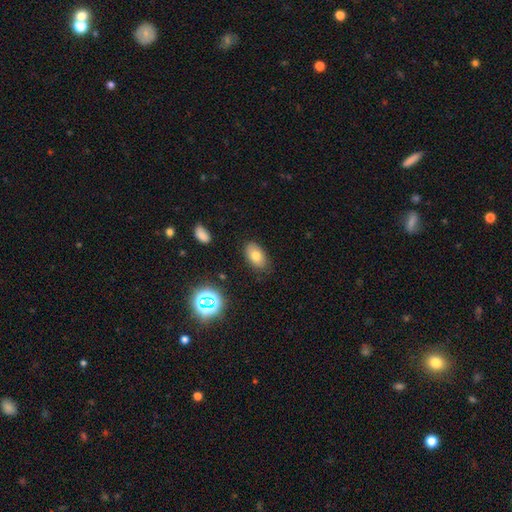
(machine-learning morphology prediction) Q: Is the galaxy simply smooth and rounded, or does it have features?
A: smooth — 74%.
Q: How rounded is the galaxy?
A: in between — 91%.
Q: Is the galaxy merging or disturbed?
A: none — 82%.